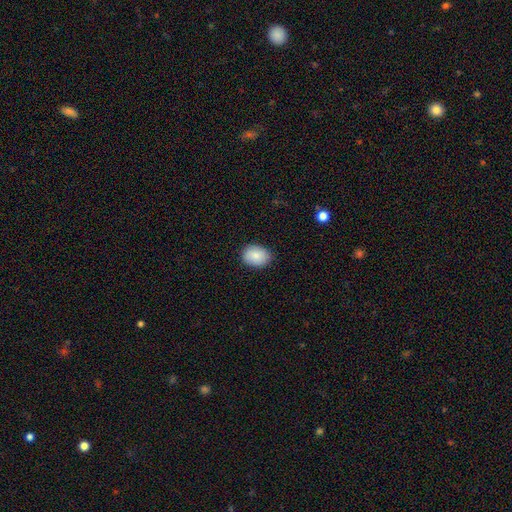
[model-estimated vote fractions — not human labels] A smooth galaxy with no disk features (86%) that is in between round and cigar-shaped (67%).

Vote fractions:
- Smooth or featured? smooth: 86% / star or artifact: 7% / featured or disk: 7%
- How rounded? in between: 67% / round: 32% / cigar-shaped: 1%
- Merging? none: 86% / minor disturbance: 11% / major disturbance: 2% / merger: 1%